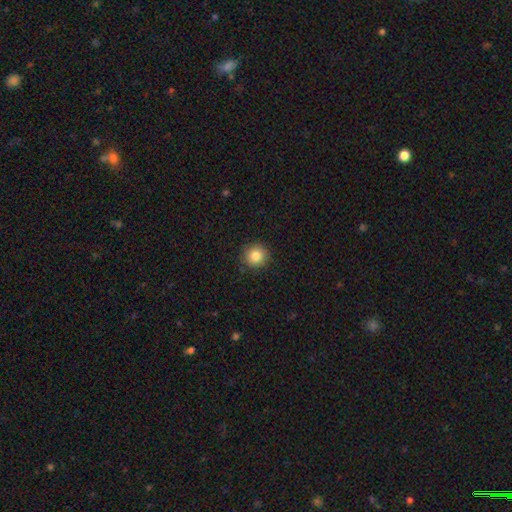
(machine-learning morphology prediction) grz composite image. It shows a smooth galaxy with no disk features (84%) that is round (94%). Merging: none (91%).